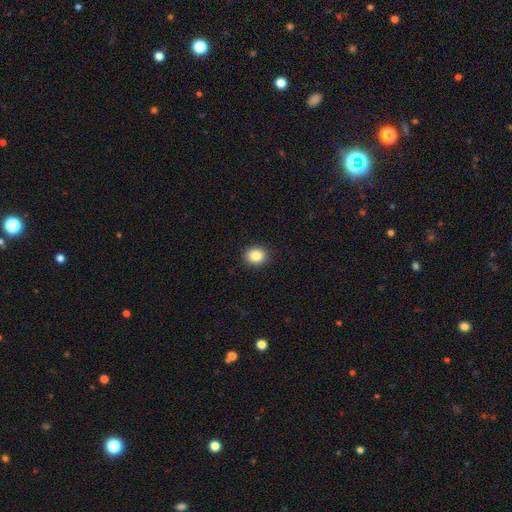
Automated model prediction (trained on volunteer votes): smooth 86%, star or artifact 9%, featured or disk 4%. Down the decision tree: how rounded — round (80%); merging — none (91%).